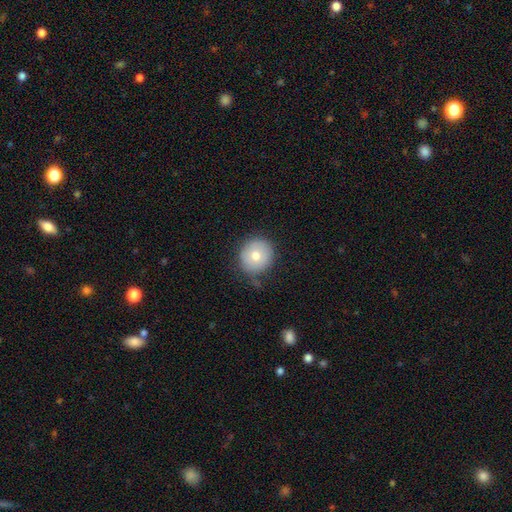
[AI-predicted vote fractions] A smooth galaxy with no disk features (74%) that is round (93%).

Vote fractions:
- Smooth or featured? smooth: 74% / featured or disk: 17% / star or artifact: 9%
- How rounded? round: 93% / in between: 6% / cigar-shaped: 1%
- Merging? none: 77% / minor disturbance: 17% / major disturbance: 4% / merger: 2%